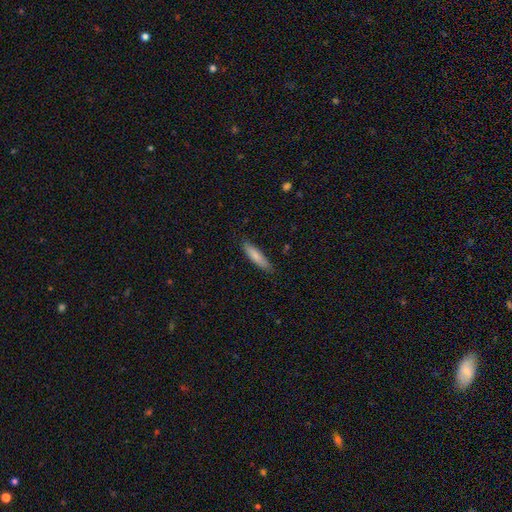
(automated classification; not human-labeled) Smooth or featured? Predicted: smooth (p=0.81). How rounded? Predicted: cigar-shaped (p=0.76). Merging? Predicted: none (p=0.85).